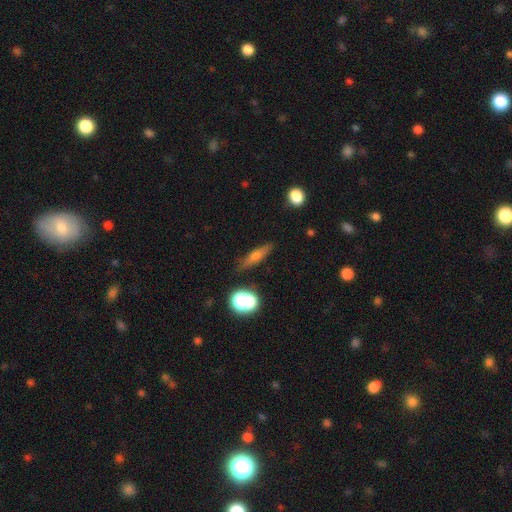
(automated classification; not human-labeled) smooth_or_featured: smooth (p=0.50) [alt: featured or disk p=0.39]
how_rounded: cigar-shaped (p=0.71) [alt: in between p=0.22]
merging: none (p=0.81) [alt: minor disturbance p=0.12]